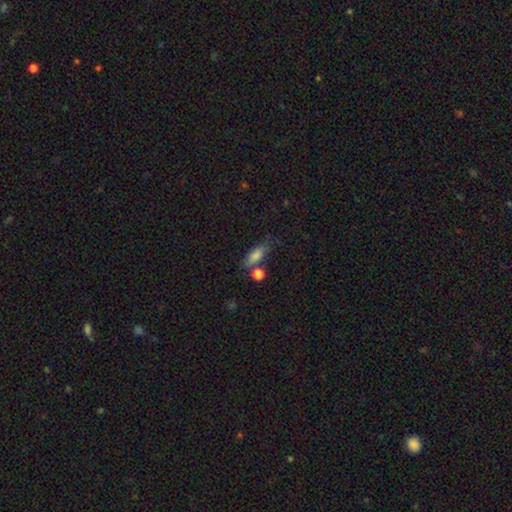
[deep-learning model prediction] Smooth or featured: smooth — 80% (featured or disk — 11%)
How rounded: in between — 67% (cigar-shaped — 28%)
Merging: none — 64% (minor disturbance — 18%)